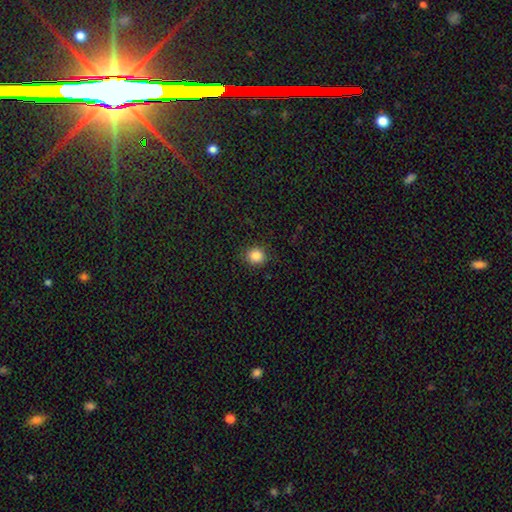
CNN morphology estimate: A smooth galaxy with no disk features (85%) that is round (88%).

Vote fractions:
- Smooth or featured? smooth: 85% / star or artifact: 11% / featured or disk: 4%
- How rounded? round: 88% / in between: 11% / cigar-shaped: 1%
- Merging? none: 89% / minor disturbance: 7% / major disturbance: 2% / merger: 1%